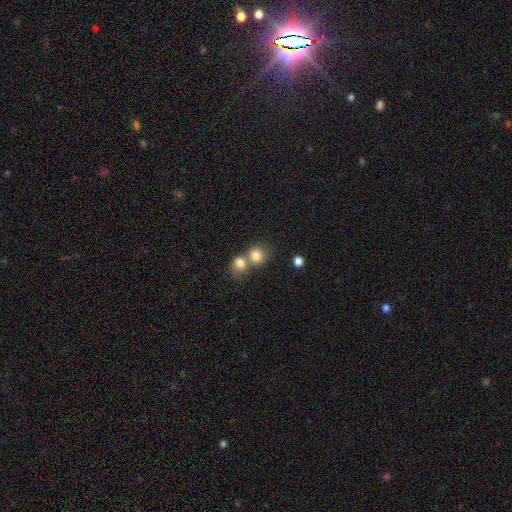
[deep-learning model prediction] Smooth or featured: smooth — 80% (star or artifact — 11%)
How rounded: round — 81% (in between — 18%)
Merging: merger — 53% (none — 38%)